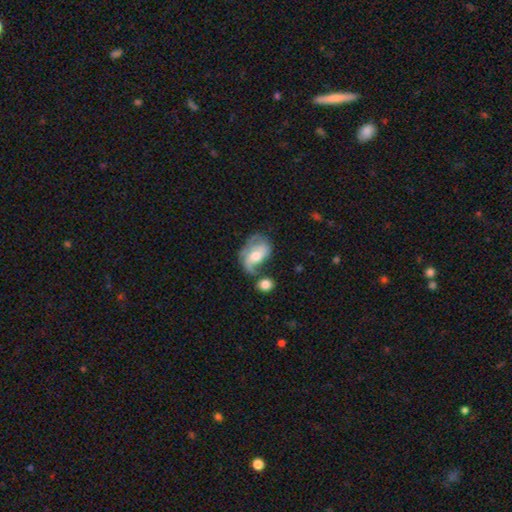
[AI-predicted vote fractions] This appears to be a featured or disk galaxy (66%) with no bar (58%), 2 (57%) loose (43%) spiral arms (82%) and a moderate central bulge (63%). Merging: none (31%).